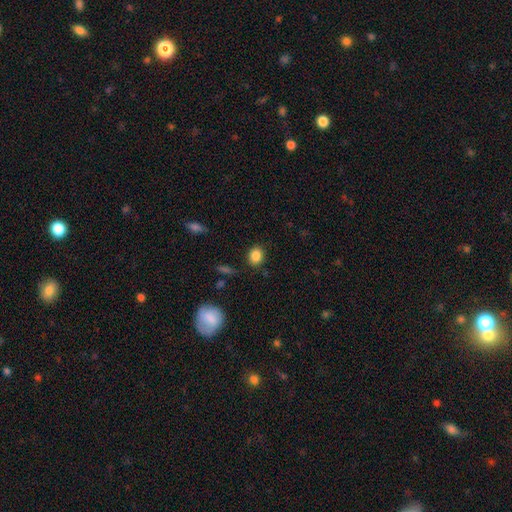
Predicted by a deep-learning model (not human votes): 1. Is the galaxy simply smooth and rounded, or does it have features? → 86% smooth, 10% star or artifact, 4% featured or disk.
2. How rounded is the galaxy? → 60% round, 38% in between, 1% cigar-shaped.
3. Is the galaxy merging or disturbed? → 85% none, 10% minor disturbance, 3% major disturbance, 2% merger.